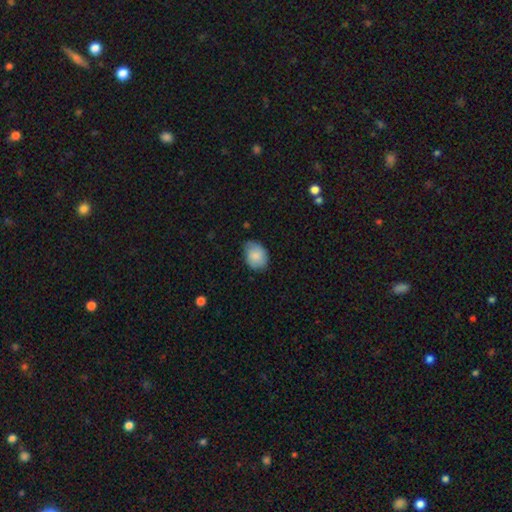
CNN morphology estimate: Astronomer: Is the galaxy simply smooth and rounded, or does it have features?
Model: smooth — 82%.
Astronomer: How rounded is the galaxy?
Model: in between — 70%.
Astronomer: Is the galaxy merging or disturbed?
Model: none — 61%.